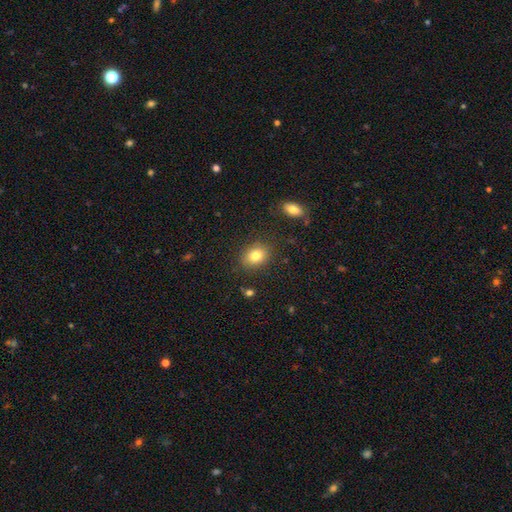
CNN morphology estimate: This appears to be a smooth galaxy with no disk features (81%) that is in between round and cigar-shaped (53%). Merging: none (85%).